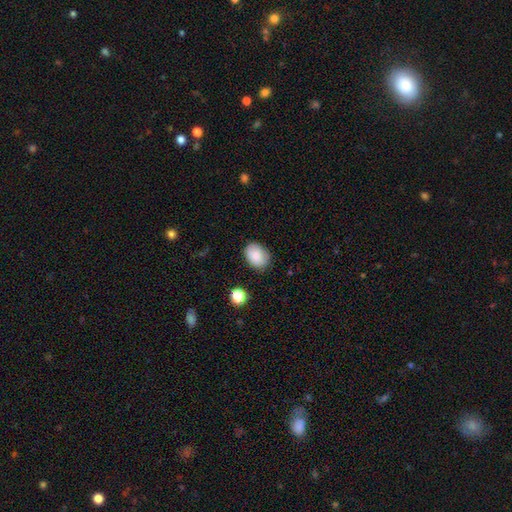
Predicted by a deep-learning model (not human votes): Smooth or featured? smooth (83%)
How rounded? in between (69%)
Merging? none (79%)